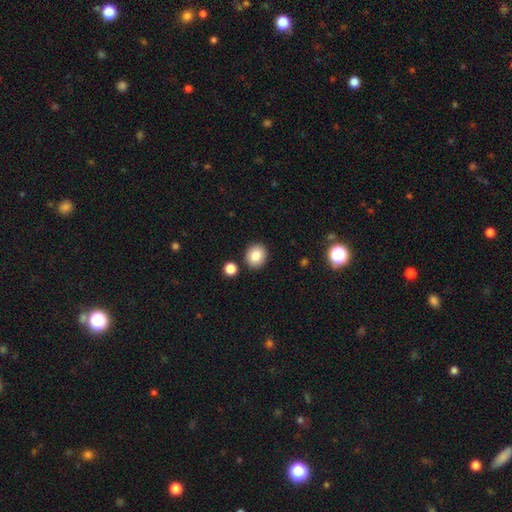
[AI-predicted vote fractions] smooth 84%, star or artifact 9%, featured or disk 7%. Down the decision tree: how rounded — round (81%); merging — none (87%).